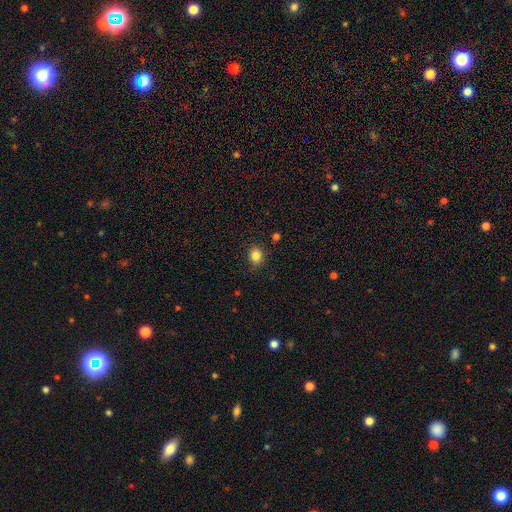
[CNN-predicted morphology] Overall: smooth (84%). How rounded: round (66%; in between 33%). Merging: none (85%).